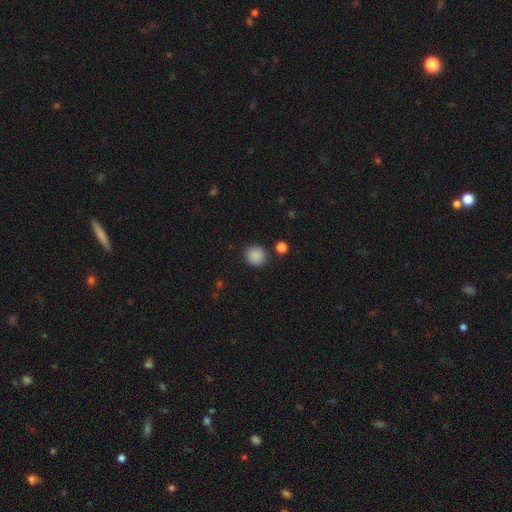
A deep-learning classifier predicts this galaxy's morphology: smooth_or_featured: smooth (p=0.87) [alt: star or artifact p=0.09]
how_rounded: round (p=0.86) [alt: in between p=0.13]
merging: none (p=0.87) [alt: minor disturbance p=0.08]